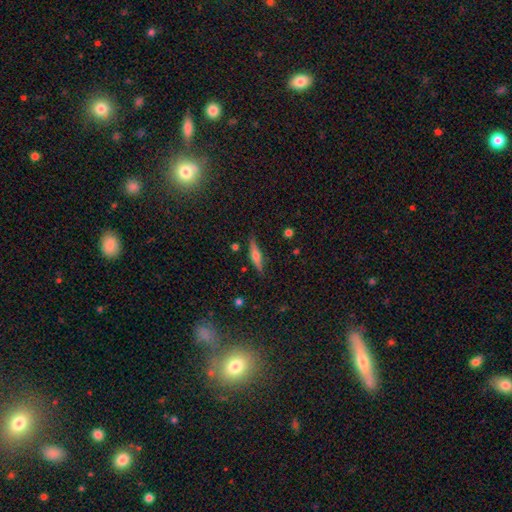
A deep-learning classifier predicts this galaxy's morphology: A featured or disk galaxy (56%) viewed edge-on (95%) with a rounded central bulge (85%). Merging: none (85%).